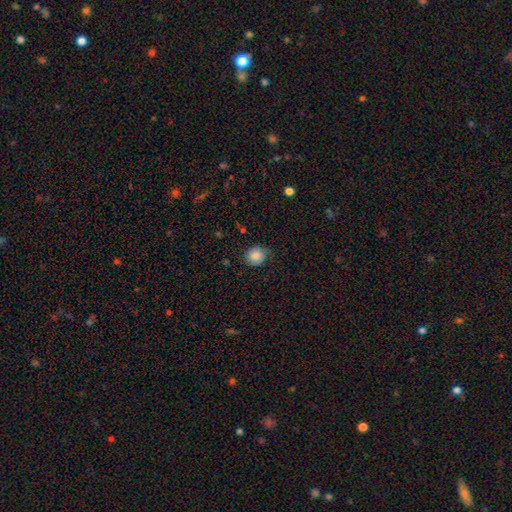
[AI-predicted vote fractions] smooth-or-featured: smooth: 81% | featured or disk: 11% | star or artifact: 8%
  how-rounded: round: 75% | in between: 24% | cigar-shaped: 1%
  merging: none: 71% | minor disturbance: 22% | major disturbance: 5% | merger: 1%